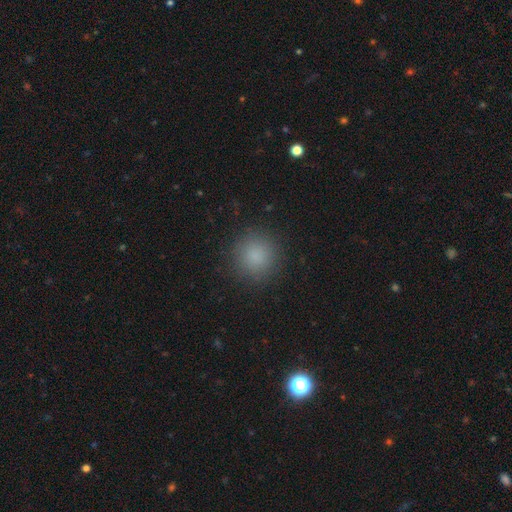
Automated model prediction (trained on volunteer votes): This appears to be a smooth galaxy with no disk features (84%) that is round (94%). Merging: none (90%).